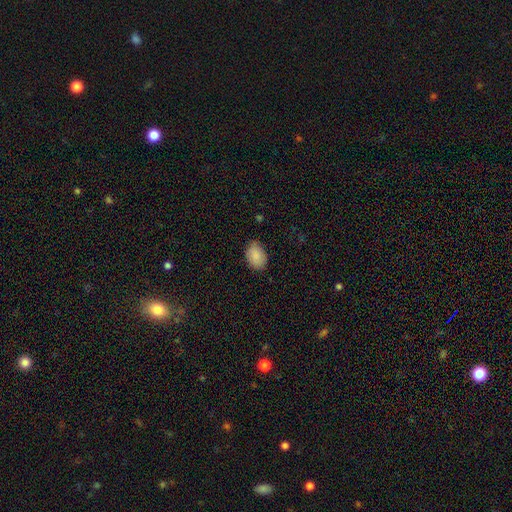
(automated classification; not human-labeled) Overall: smooth (89%). How rounded: in between (86%). Merging: none (81%).